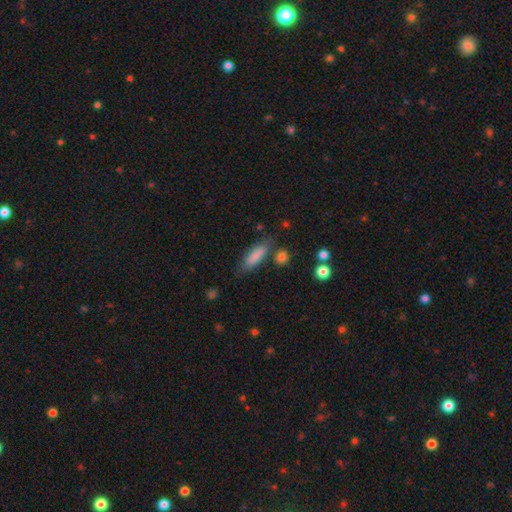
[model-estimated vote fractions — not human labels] Smooth or featured?
  - smooth: 83% *
  - featured or disk: 10%
  - star or artifact: 7%
How rounded?
  - cigar-shaped: 54% *
  - in between: 43%
  - round: 3%
Merging?
  - none: 74% *
  - minor disturbance: 16%
  - merger: 6%
  - major disturbance: 4%